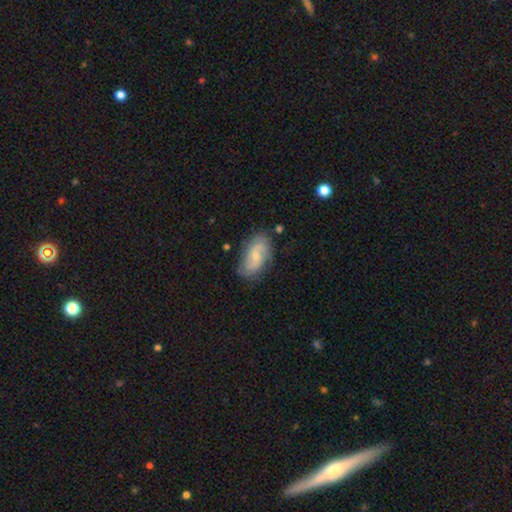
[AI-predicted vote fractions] featured or disk 57%, smooth 36%, star or artifact 7%. Down the decision tree: edge-on disk — no (94%); bar — no (59%); spiral arms — yes (85%); bulge size — small (60%); merging — none (72%).